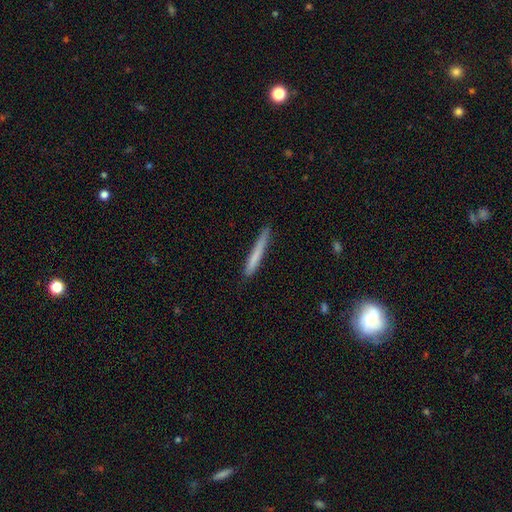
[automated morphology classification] Overall: smooth (72%). How rounded: cigar-shaped (96%). Merging: none (83%).